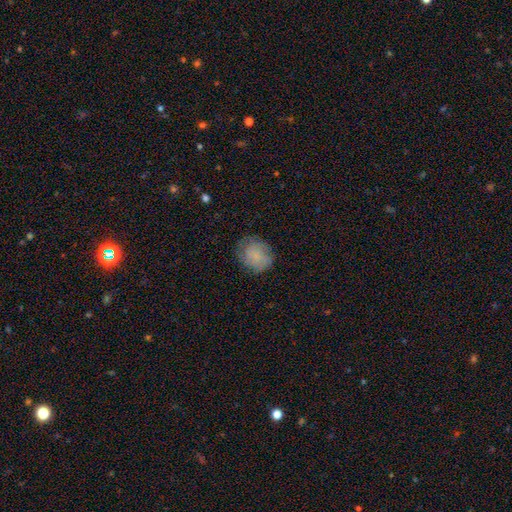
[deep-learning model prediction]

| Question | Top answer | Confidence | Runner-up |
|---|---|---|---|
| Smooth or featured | smooth | 65% | featured or disk (25%) |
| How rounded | round | 70% | in between (29%) |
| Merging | none | 73% | minor disturbance (19%) |